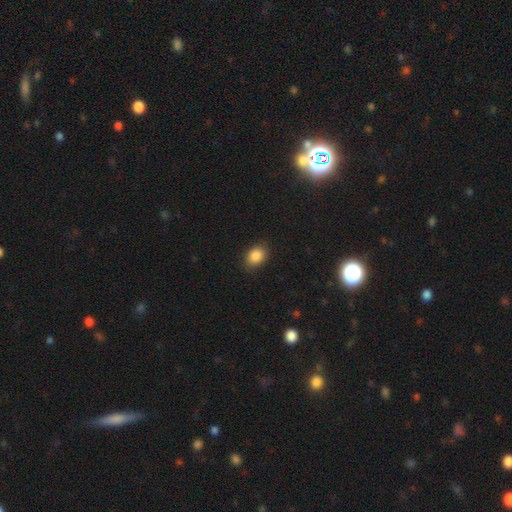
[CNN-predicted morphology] Smooth or featured? smooth (87%)
How rounded? in between (64%)
Merging? none (85%)